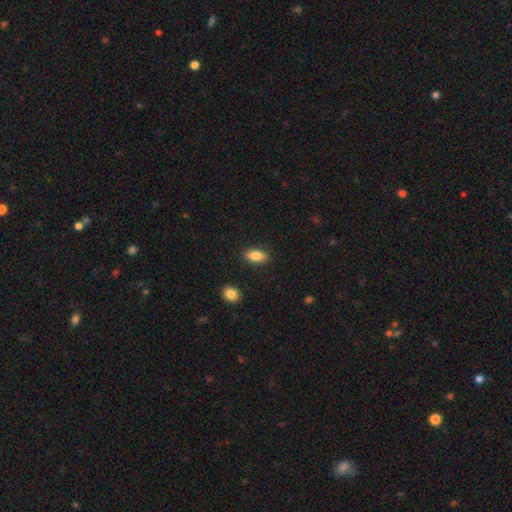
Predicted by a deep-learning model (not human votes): smooth 85%, star or artifact 7%, featured or disk 7%. Down the decision tree: how rounded — in between (89%); merging — none (88%).